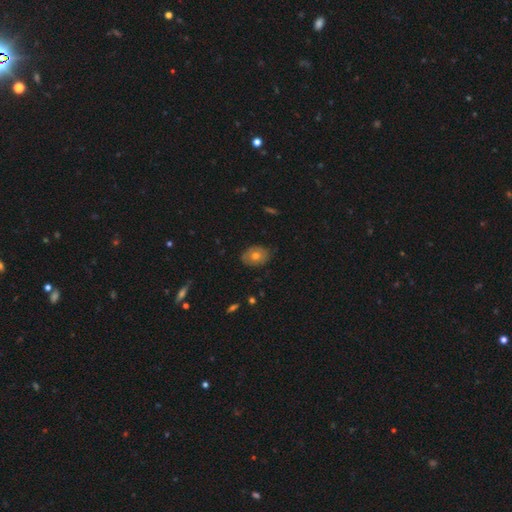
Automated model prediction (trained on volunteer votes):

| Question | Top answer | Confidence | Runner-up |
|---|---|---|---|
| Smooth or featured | smooth | 60% | featured or disk (30%) |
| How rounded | in between | 70% | round (28%) |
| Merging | none | 83% | minor disturbance (14%) |